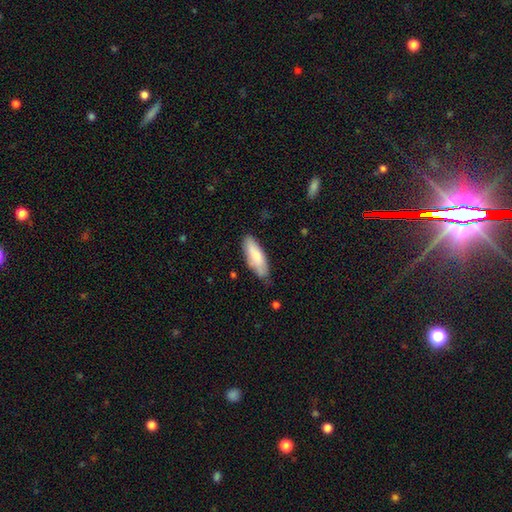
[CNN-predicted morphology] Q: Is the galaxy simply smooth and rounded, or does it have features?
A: smooth — 80%.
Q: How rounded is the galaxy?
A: in between — 60%.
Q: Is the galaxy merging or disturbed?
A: none — 73%.